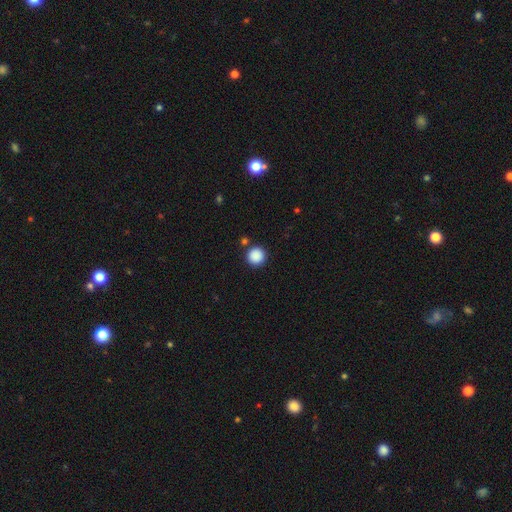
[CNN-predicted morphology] This is clearly a smooth galaxy (88%). How rounded: clearly round (95%). Merging: clearly none (87%).